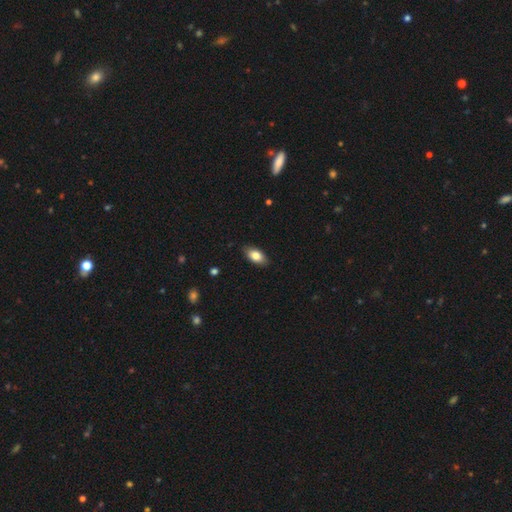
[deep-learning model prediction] Smooth or featured: smooth — 81% (featured or disk — 13%)
How rounded: in between — 91% (cigar-shaped — 5%)
Merging: none — 86% (minor disturbance — 11%)